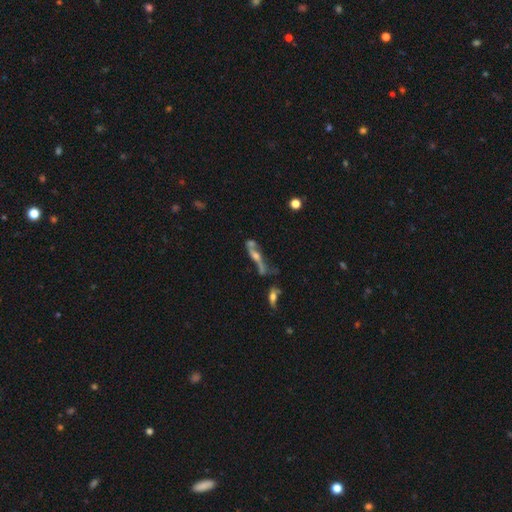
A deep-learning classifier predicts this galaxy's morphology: type=featured or disk (45%); merging=none (53%).